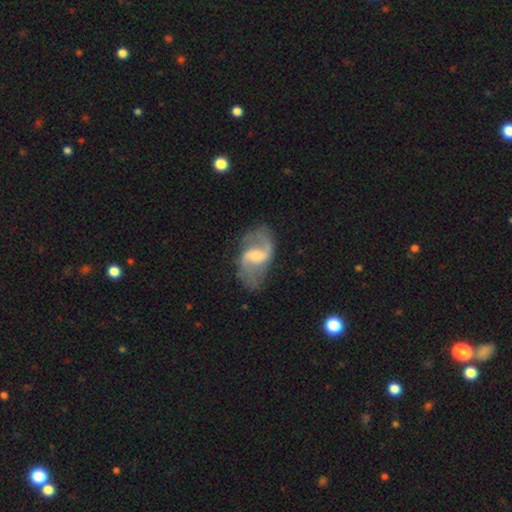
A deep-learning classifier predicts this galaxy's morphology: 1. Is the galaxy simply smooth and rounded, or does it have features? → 86% featured or disk, 8% smooth, 5% star or artifact.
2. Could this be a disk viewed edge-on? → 97% no, 3% yes.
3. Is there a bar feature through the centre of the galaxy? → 58% weak, 22% strong, 21% no.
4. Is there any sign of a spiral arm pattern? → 95% yes, 5% no.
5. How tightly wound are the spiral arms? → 53% loose, 40% medium, 8% tight.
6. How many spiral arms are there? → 91% 2, 3% can't tell, 3% 1, 1% 3, 1% 4, 1% more than 4.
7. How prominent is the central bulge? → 43% small, 35% moderate, 16% none, 5% large, 1% dominant.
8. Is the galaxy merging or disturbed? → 71% none, 17% minor disturbance, 10% major disturbance, 2% merger.